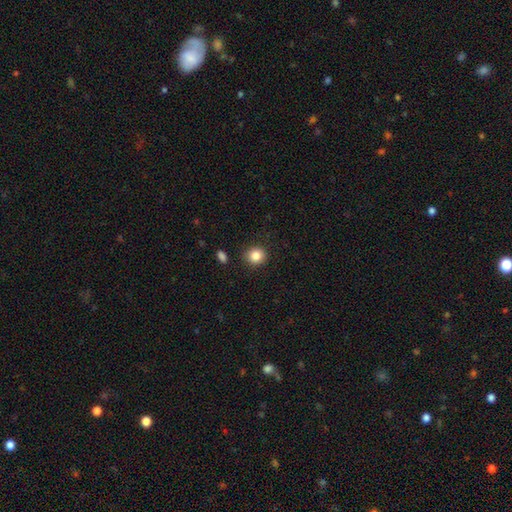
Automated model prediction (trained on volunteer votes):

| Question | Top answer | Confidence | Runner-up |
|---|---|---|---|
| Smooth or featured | smooth | 85% | star or artifact (10%) |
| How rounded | round | 84% | in between (15%) |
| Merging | none | 88% | minor disturbance (8%) |